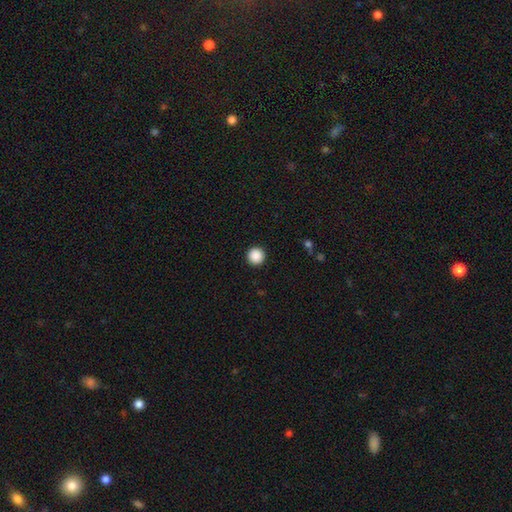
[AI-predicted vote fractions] Morphology: type=smooth (89%); roundness=round (97%); merging=none (93%).